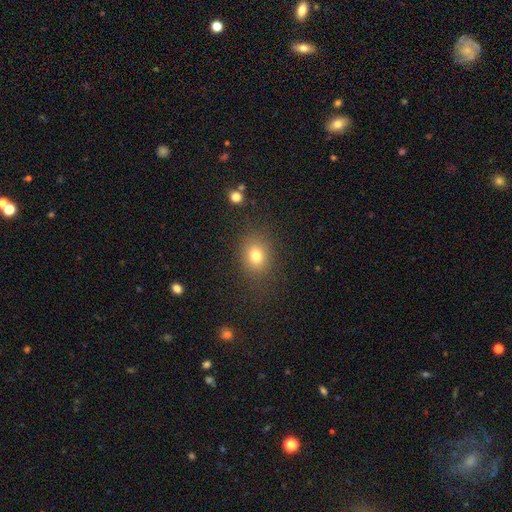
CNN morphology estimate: Q: Smooth or featured?
A: smooth (79%); runner-up: star or artifact (13%)
Q: How rounded?
A: round (51%); runner-up: in between (48%)
Q: Merging?
A: none (82%); runner-up: minor disturbance (11%)